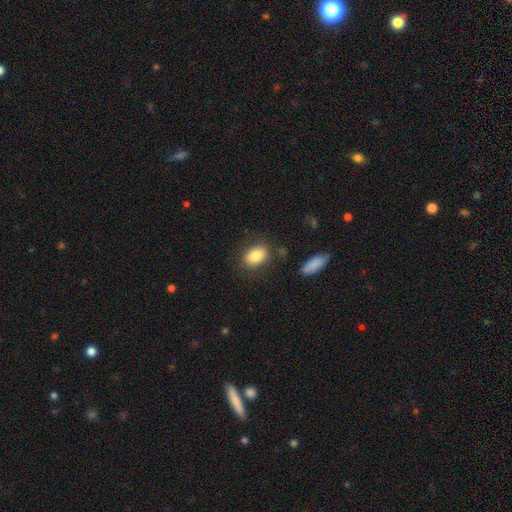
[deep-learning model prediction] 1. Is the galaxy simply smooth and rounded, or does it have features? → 83% smooth, 9% featured or disk, 8% star or artifact.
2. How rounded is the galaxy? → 75% in between, 24% round, 1% cigar-shaped.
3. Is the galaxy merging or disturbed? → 80% none, 12% minor disturbance, 4% major disturbance, 3% merger.